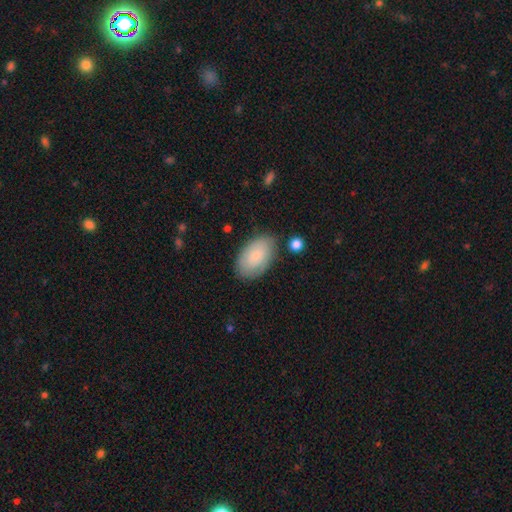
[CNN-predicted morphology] Smooth or featured? smooth (80%)
How rounded? in between (94%)
Merging? none (79%)